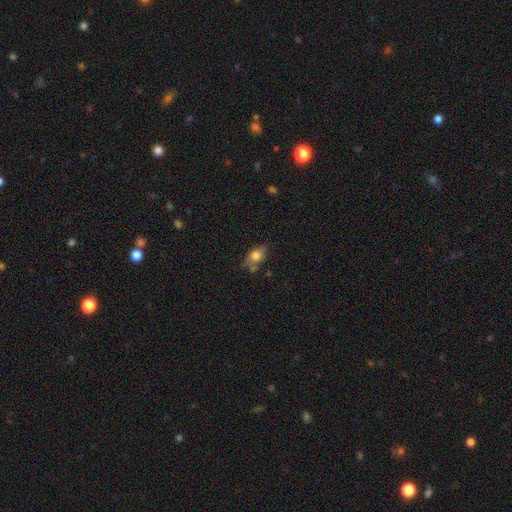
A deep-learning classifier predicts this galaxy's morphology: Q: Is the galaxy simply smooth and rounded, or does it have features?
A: smooth — 69%.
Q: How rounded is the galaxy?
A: in between — 76%.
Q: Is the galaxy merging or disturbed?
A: none — 58%.